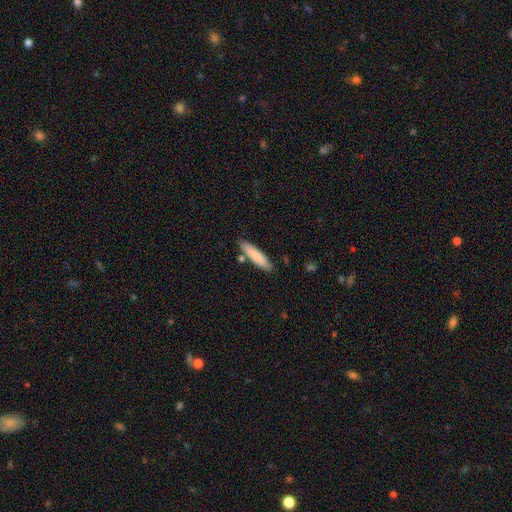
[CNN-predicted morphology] The model was most divided on "how rounded": cigar-shaped: 79%, in between: 19%, round: 1%. More confident: merging — none (82%); smooth or featured — smooth (82%).